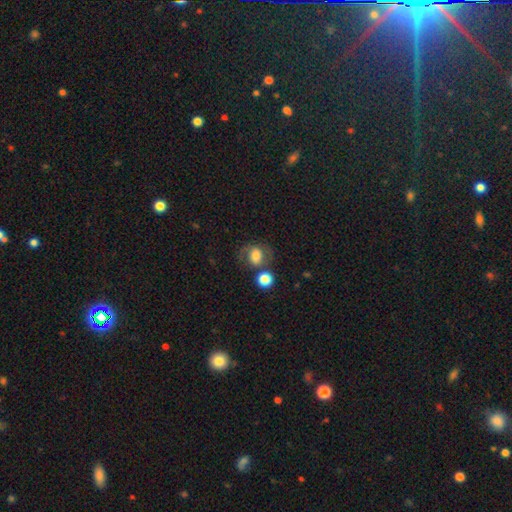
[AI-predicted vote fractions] A smooth galaxy with no disk features (62%) that is round (61%). Merging: none (55%).